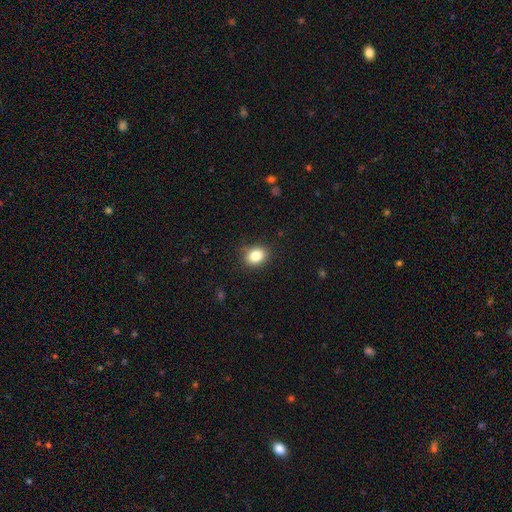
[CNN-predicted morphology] Smooth or featured: smooth — 84% (star or artifact — 10%)
How rounded: in between — 57% (round — 42%)
Merging: none — 85% (minor disturbance — 11%)